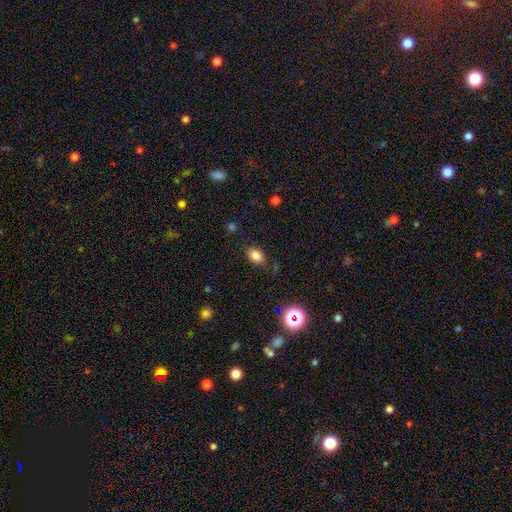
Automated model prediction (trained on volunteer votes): Overall: smooth (82%). How rounded: in between (82%). Merging: none (82%).